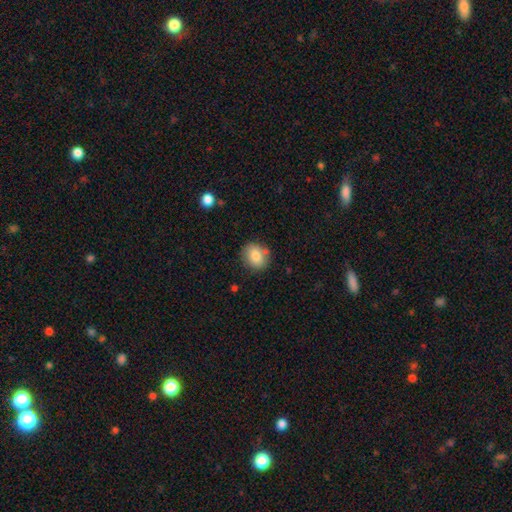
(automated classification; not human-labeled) smooth-or-featured: smooth: 82% | featured or disk: 9% | star or artifact: 8%
  how-rounded: round: 64% | in between: 35% | cigar-shaped: 1%
  merging: none: 78% | minor disturbance: 13% | merger: 6% | major disturbance: 3%